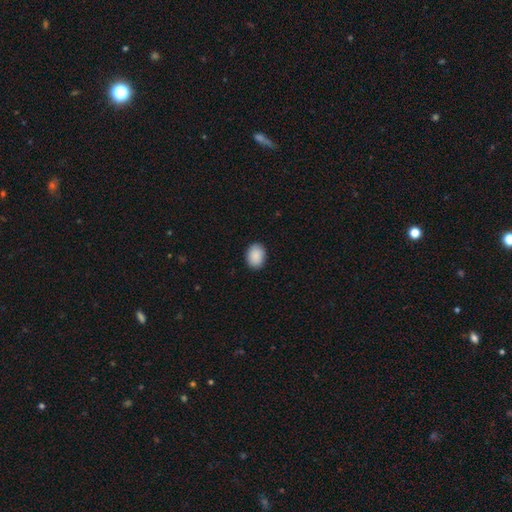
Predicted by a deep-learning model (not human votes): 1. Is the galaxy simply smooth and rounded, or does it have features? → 90% smooth, 6% star or artifact, 4% featured or disk.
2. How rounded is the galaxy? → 64% in between, 35% round, 1% cigar-shaped.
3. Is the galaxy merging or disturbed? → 88% none, 9% minor disturbance, 2% major disturbance, 1% merger.